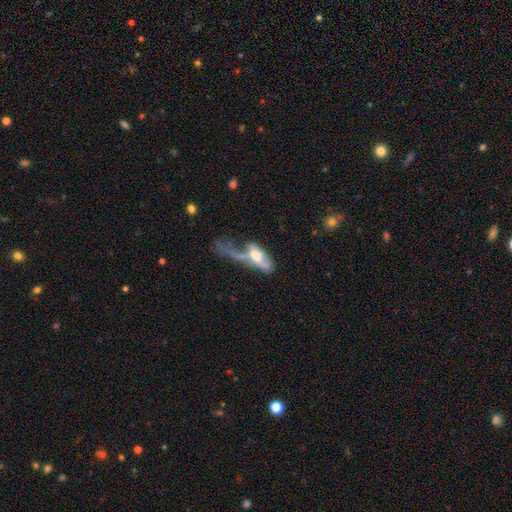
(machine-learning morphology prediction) The model was most divided on "smooth or featured": featured or disk: 50%, smooth: 42%, star or artifact: 8%. More confident: merging — major disturbance (60%).